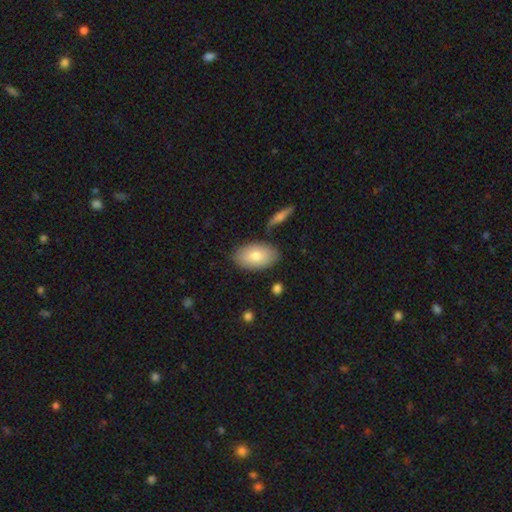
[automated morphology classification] A smooth galaxy with no disk features (78%) that is in between round and cigar-shaped (94%).

Vote fractions:
- Smooth or featured? smooth: 78% / featured or disk: 16% / star or artifact: 6%
- How rounded? in between: 94% / round: 5% / cigar-shaped: 2%
- Merging? none: 82% / minor disturbance: 12% / merger: 3% / major disturbance: 3%